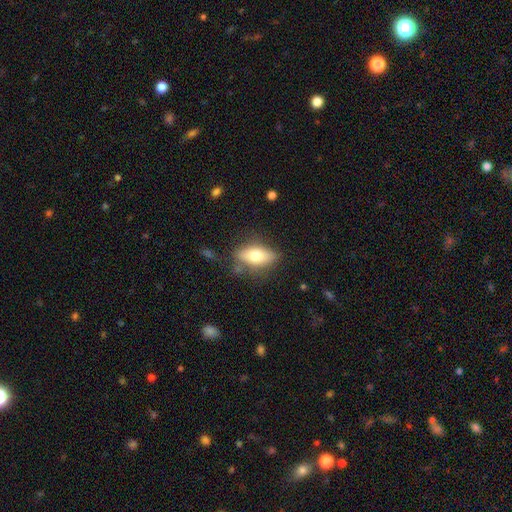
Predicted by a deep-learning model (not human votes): Morphology: type=smooth (65%); roundness=in between (79%); merging=none (72%).